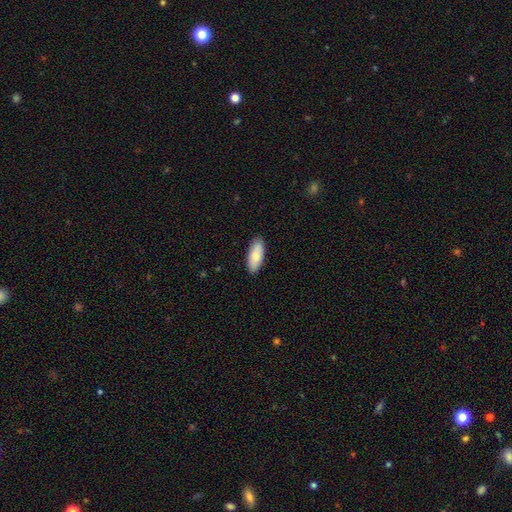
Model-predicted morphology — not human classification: Q: Smooth or featured?
A: smooth (82%); runner-up: featured or disk (13%)
Q: How rounded?
A: in between (81%); runner-up: cigar-shaped (17%)
Q: Merging?
A: none (88%); runner-up: minor disturbance (10%)